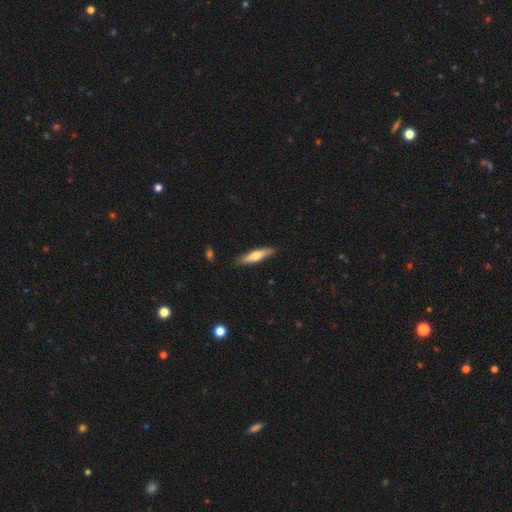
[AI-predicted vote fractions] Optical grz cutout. It shows a smooth galaxy with no disk features (59%) that is cigar-shaped (79%). Merging: none (86%).